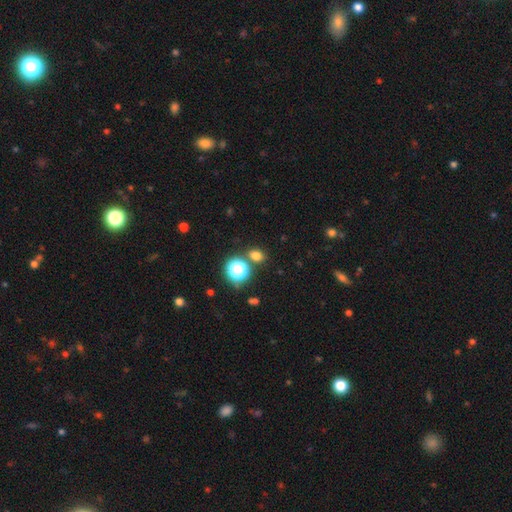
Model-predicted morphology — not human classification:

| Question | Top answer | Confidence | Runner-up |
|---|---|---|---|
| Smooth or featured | smooth | 72% | star or artifact (22%) |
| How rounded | round | 51% | in between (48%) |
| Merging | none | 79% | merger (9%) |